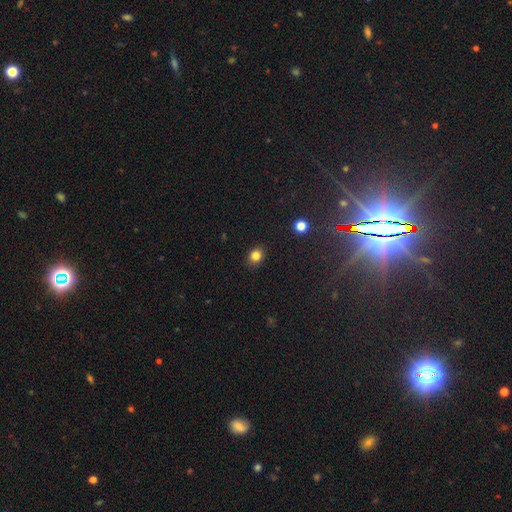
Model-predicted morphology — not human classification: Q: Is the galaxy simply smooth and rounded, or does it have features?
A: smooth — 83%.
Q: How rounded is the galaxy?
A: round — 64%.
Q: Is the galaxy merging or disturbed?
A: none — 88%.